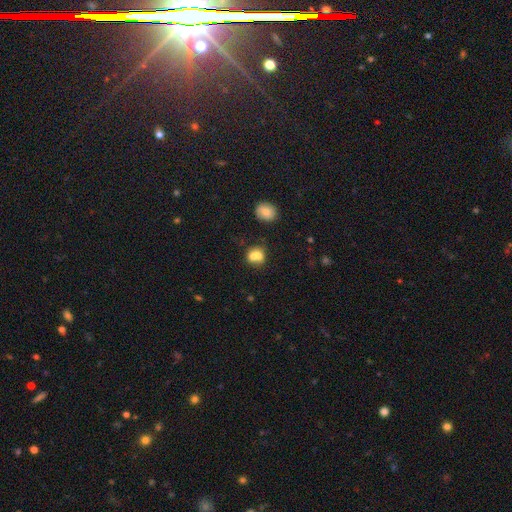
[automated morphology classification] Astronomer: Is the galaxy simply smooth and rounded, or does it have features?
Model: smooth — 73%.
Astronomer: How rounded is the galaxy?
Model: round — 69%.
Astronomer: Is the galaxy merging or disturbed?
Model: merger — 54% (runner-up: none, 33%).